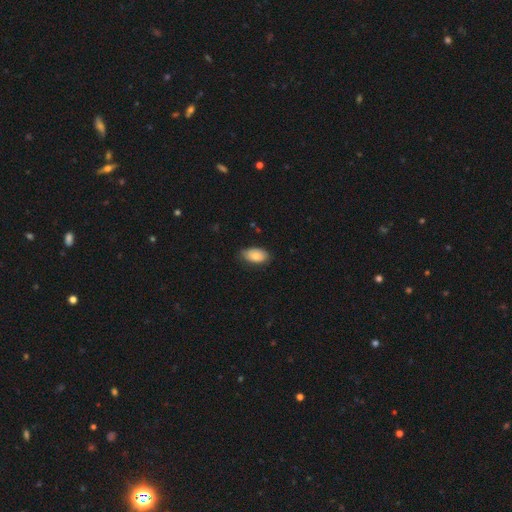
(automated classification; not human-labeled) Smooth or featured? Predicted: smooth (p=0.77). How rounded? Predicted: in between (p=0.93). Merging? Predicted: none (p=0.72).